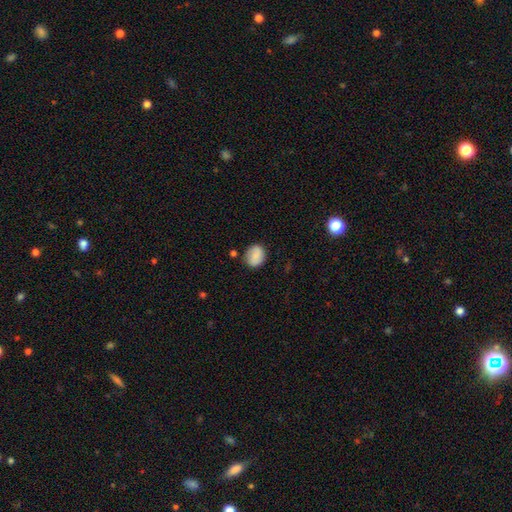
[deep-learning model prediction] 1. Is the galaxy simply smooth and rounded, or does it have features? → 85% smooth, 8% star or artifact, 7% featured or disk.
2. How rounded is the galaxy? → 54% round, 45% in between, 1% cigar-shaped.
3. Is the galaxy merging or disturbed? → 78% none, 15% minor disturbance, 4% major disturbance, 3% merger.